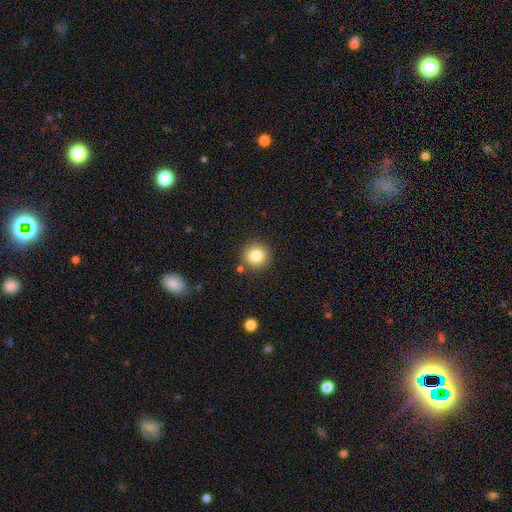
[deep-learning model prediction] The model was most divided on "smooth or featured": smooth: 81%, star or artifact: 11%, featured or disk: 8%. More confident: how rounded — round (93%); merging — none (86%).